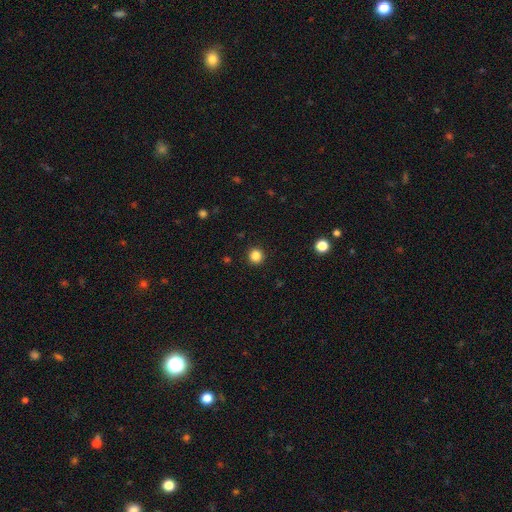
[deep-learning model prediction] Smooth or featured? Predicted: smooth (p=0.85). How rounded? Predicted: round (p=0.94). Merging? Predicted: none (p=0.92).